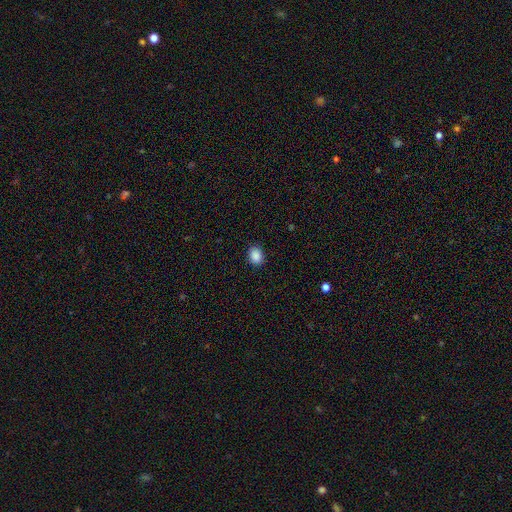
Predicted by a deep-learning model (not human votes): Smooth or featured? smooth (89%)
How rounded? in between (61%)
Merging? none (89%)